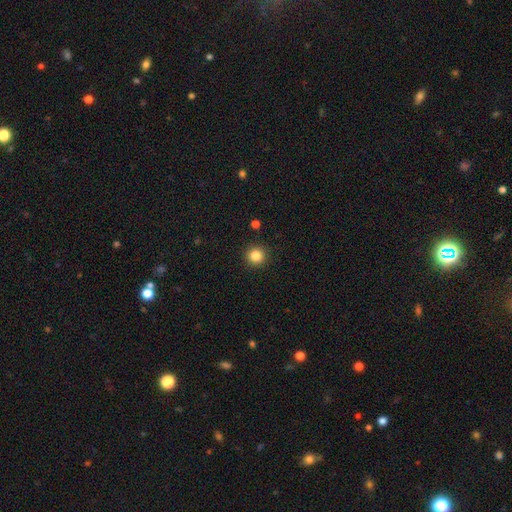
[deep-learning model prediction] This is clearly a smooth galaxy (84%). How rounded: clearly round (95%). Merging: clearly none (92%).